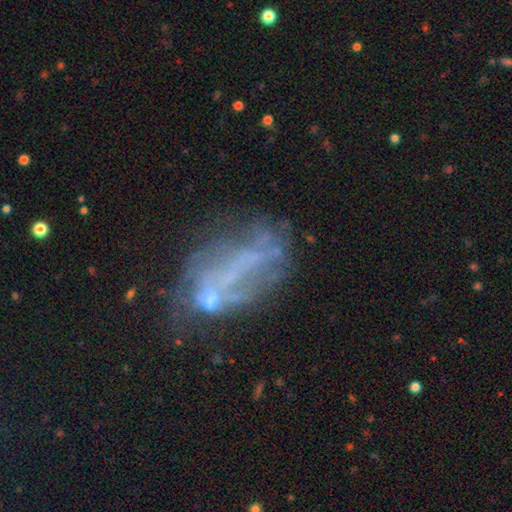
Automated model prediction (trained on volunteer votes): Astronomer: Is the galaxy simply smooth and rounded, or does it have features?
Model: featured or disk — 60%.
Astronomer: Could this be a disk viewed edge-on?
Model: no — 95%.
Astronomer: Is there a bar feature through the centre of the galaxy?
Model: no — 73%.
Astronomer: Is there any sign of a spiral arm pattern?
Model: no — 80%.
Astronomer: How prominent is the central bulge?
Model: none — 73%.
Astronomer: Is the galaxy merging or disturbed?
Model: none — 36% (runner-up: major disturbance, 32%).